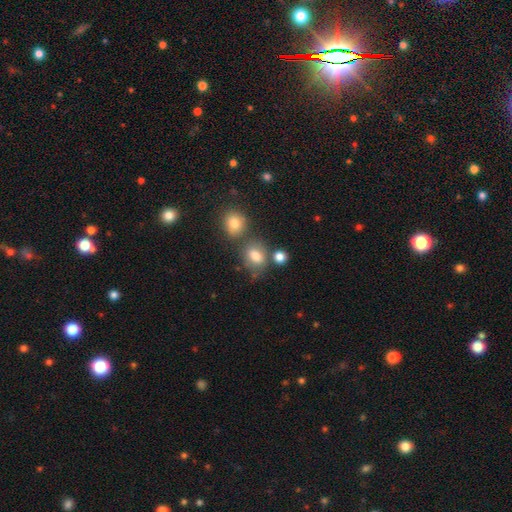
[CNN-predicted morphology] smooth-or-featured: smooth: 77% | star or artifact: 12% | featured or disk: 11%
  how-rounded: in between: 57% | round: 41% | cigar-shaped: 2%
  merging: none: 60% | merger: 18% | minor disturbance: 16% | major disturbance: 6%